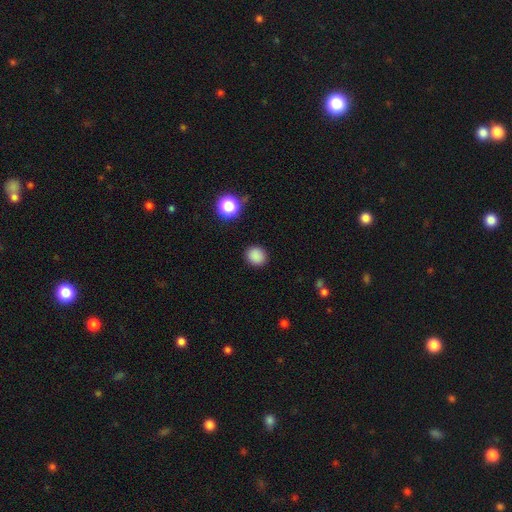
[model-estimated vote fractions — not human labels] Smooth or featured?
  - smooth: 86% *
  - star or artifact: 11%
  - featured or disk: 3%
How rounded?
  - round: 80% *
  - in between: 19%
  - cigar-shaped: 1%
Merging?
  - none: 89% *
  - minor disturbance: 7%
  - major disturbance: 2%
  - merger: 1%